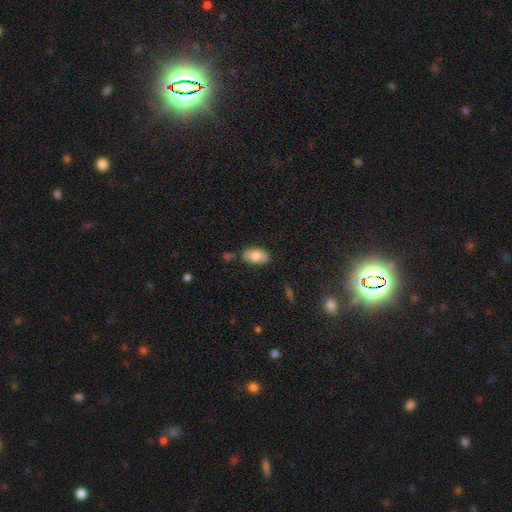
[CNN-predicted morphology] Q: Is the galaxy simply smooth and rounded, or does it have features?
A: smooth — 73%.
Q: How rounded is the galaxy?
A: in between — 91%.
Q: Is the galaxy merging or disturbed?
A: none — 73%.